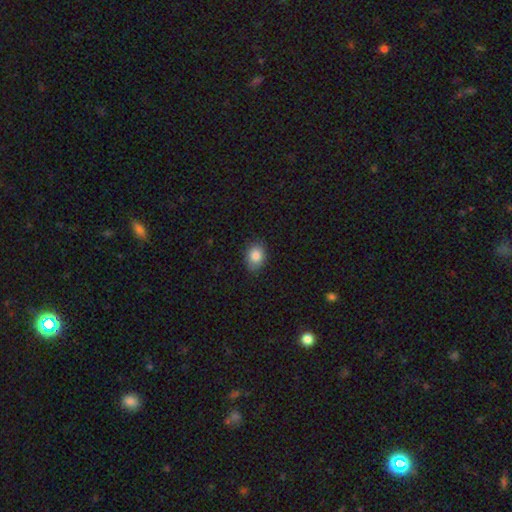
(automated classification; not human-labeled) Overall: smooth (84%). How rounded: in between (64%; round 35%). Merging: none (84%).